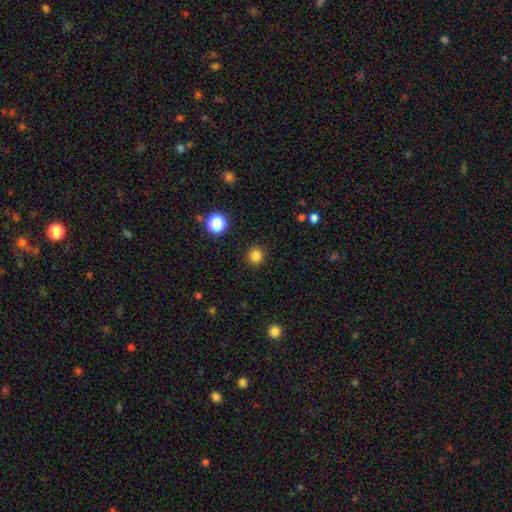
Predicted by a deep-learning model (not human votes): Smooth or featured: smooth — 84% (star or artifact — 13%)
How rounded: round — 91% (in between — 8%)
Merging: none — 91% (minor disturbance — 6%)